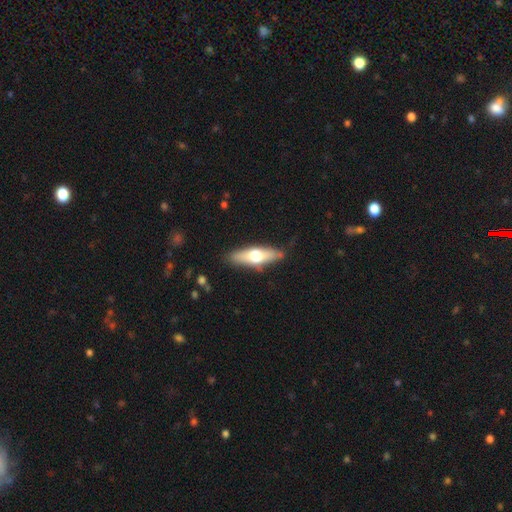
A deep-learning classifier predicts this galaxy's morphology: Smooth or featured? Predicted: smooth (p=0.50). Merging? Predicted: none (p=0.82).